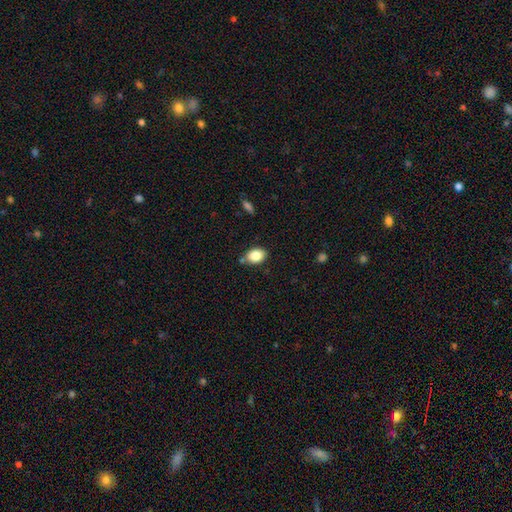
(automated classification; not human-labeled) smooth-or-featured: smooth: 85% | star or artifact: 8% | featured or disk: 7%
  how-rounded: in between: 74% | round: 25% | cigar-shaped: 1%
  merging: none: 77% | minor disturbance: 13% | merger: 7% | major disturbance: 3%